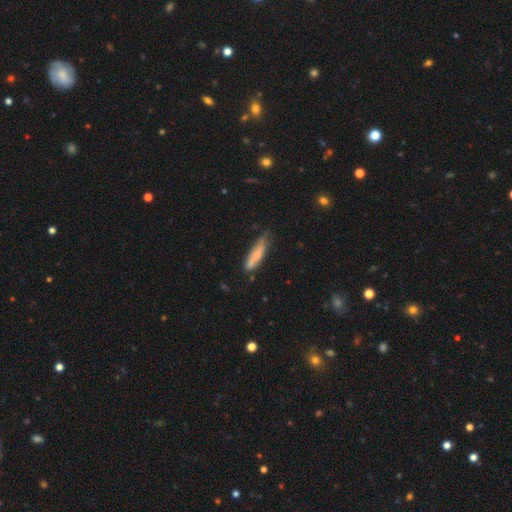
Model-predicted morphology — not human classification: Smooth or featured? smooth (70%)
How rounded? cigar-shaped (77%)
Merging? none (55%)